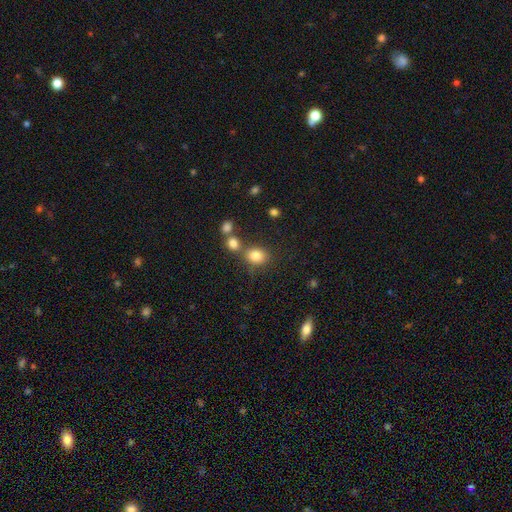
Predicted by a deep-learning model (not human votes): This appears to be a smooth galaxy with no disk features (82%) that is round (57%). Merging: none (61%).